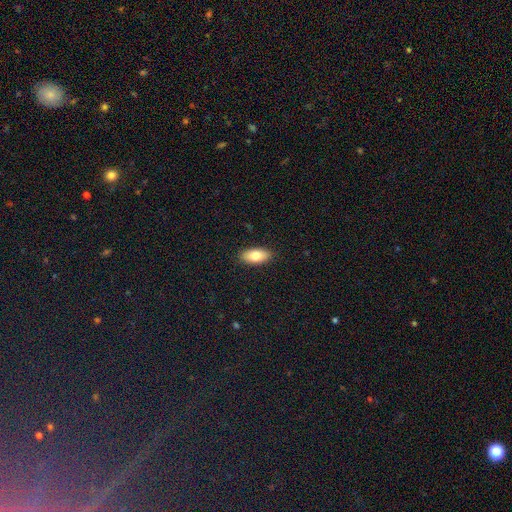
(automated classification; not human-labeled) Smooth or featured? smooth (79%)
How rounded? in between (90%)
Merging? none (90%)